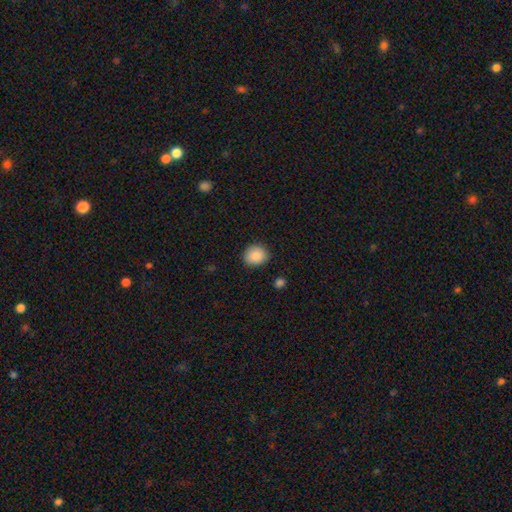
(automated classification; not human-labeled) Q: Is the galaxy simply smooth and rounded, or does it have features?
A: smooth — 88%.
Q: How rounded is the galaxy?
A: round — 75%.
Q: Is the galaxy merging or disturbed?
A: none — 87%.